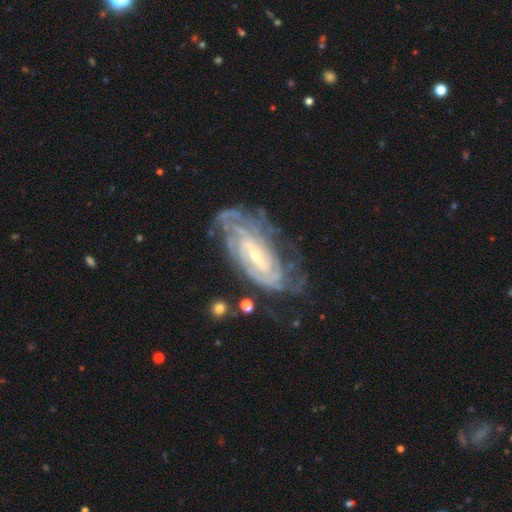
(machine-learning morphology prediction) Q: Smooth or featured?
A: featured or disk (89%); runner-up: smooth (6%)
Q: Edge-on disk?
A: no (93%); runner-up: yes (7%)
Q: Bar?
A: weak (44%); runner-up: strong (31%)
Q: Spiral arms?
A: yes (96%); runner-up: no (4%)
Q: Spiral winding?
A: tight (73%); runner-up: medium (22%)
Q: Spiral arm count?
A: can't tell (37%); runner-up: 4 (20%)
Q: Bulge size?
A: small (69%); runner-up: moderate (26%)
Q: Merging?
A: none (66%); runner-up: minor disturbance (21%)